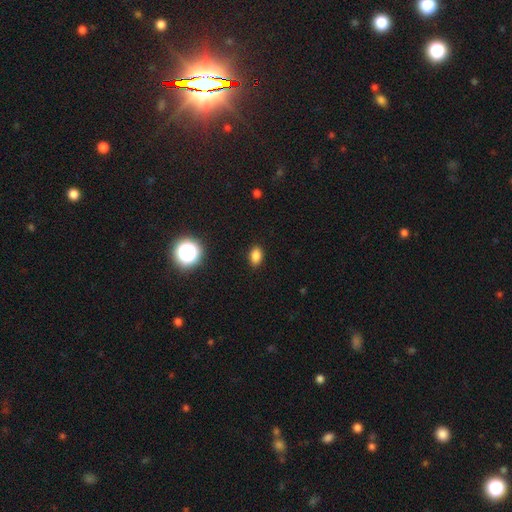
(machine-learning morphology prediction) The model was most divided on "how rounded": in between: 82%, round: 17%, cigar-shaped: 2%. More confident: merging — none (88%); smooth or featured — smooth (82%).